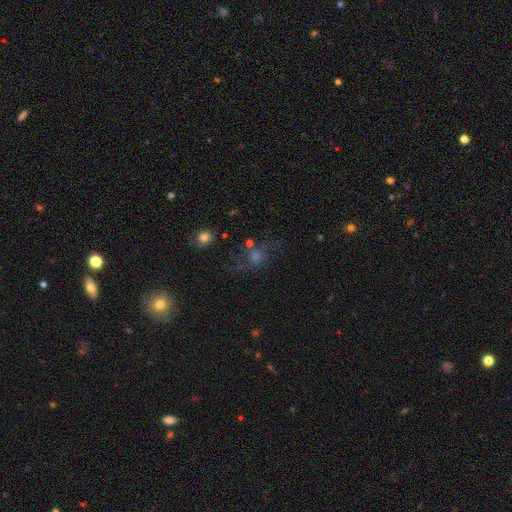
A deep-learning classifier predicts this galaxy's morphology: Q: Smooth or featured?
A: smooth (40%); runner-up: star or artifact (36%)
Q: Merging?
A: none (55%); runner-up: major disturbance (20%)